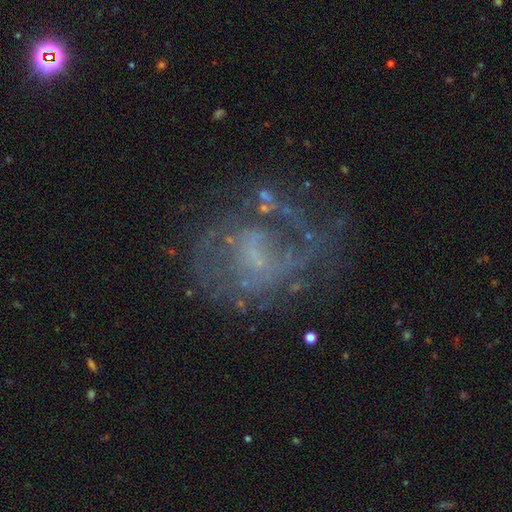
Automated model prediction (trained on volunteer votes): A featured or disk galaxy (72%) with no bar (56%), spiral arms (65%) and no central bulge (44%). Merging: none (52%).